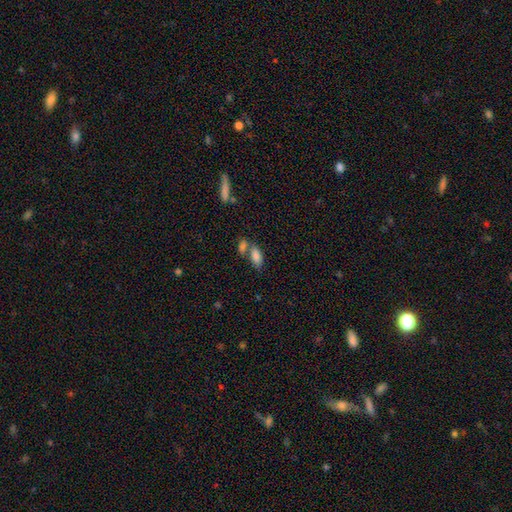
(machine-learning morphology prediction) This is clearly a smooth galaxy (83%). How rounded: clearly in between (87%). Merging: marginally merger (44%).